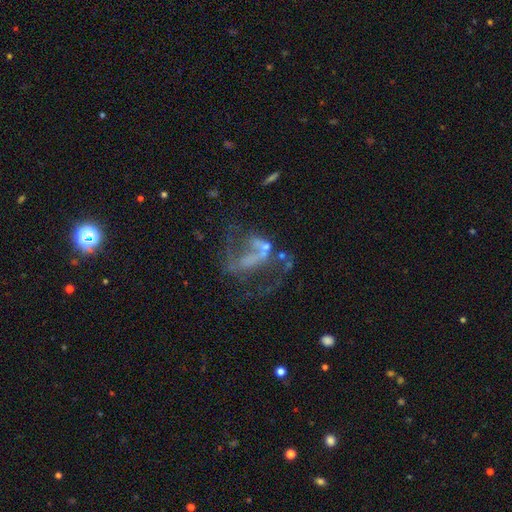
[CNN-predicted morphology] Smooth or featured?
  - featured or disk: 63% *
  - star or artifact: 21%
  - smooth: 15%
Edge-on disk?
  - no: 96% *
  - yes: 4%
Bar?
  - no: 63% *
  - weak: 23%
  - strong: 14%
Spiral arms?
  - no: 57% *
  - yes: 43%
Bulge size?
  - none: 68% *
  - small: 17%
  - moderate: 10%
  - large: 3%
  - dominant: 2%
Merging?
  - major disturbance: 44% *
  - none: 29%
  - merger: 14%
  - minor disturbance: 13%